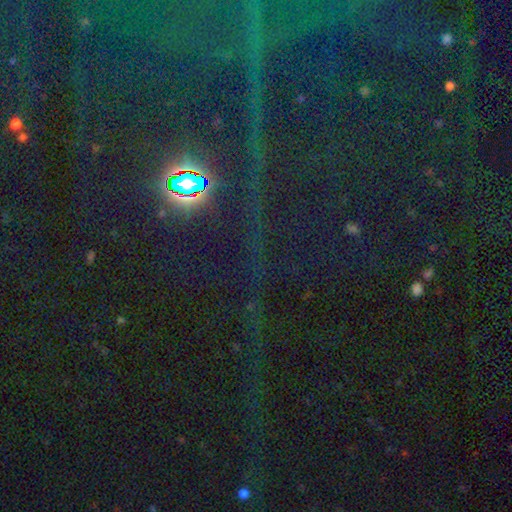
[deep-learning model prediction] A star or artifact, not a galaxy (86%).

Vote fractions:
- Smooth or featured? star or artifact: 86% / smooth: 7% / featured or disk: 6%